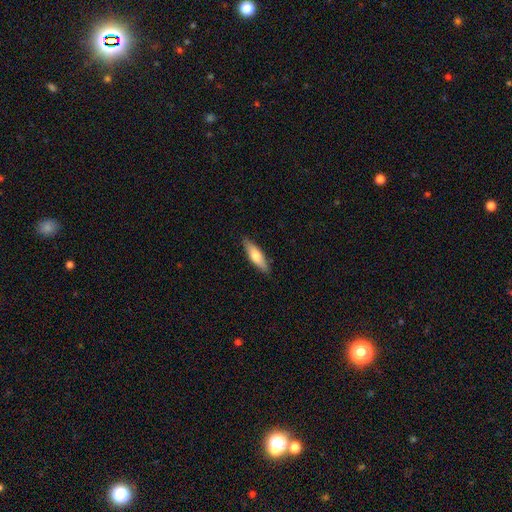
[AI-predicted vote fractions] This is likely a smooth galaxy (68%). How rounded: possibly cigar-shaped (55%). Merging: clearly none (88%).